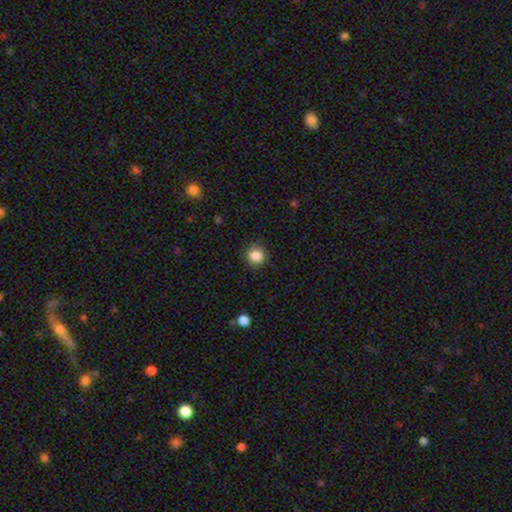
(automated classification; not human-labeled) Smooth or featured?
  - smooth: 86% *
  - star or artifact: 10%
  - featured or disk: 4%
How rounded?
  - round: 93% *
  - in between: 6%
  - cigar-shaped: 1%
Merging?
  - none: 90% *
  - minor disturbance: 7%
  - major disturbance: 2%
  - merger: 1%